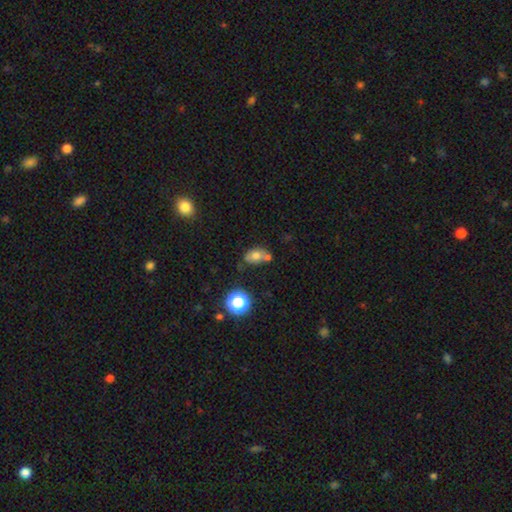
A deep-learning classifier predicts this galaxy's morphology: Smooth or featured? Predicted: smooth (p=0.69). How rounded? Predicted: in between (p=0.74). Merging? Predicted: none (p=0.45).